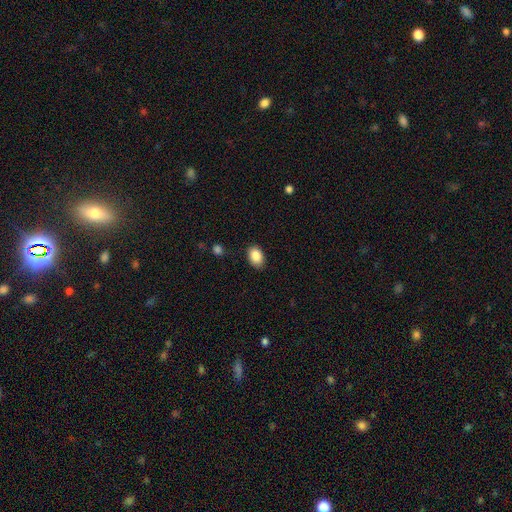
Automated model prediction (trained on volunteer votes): smooth 87%, star or artifact 8%, featured or disk 5%. Down the decision tree: how rounded — in between (83%); merging — none (86%).